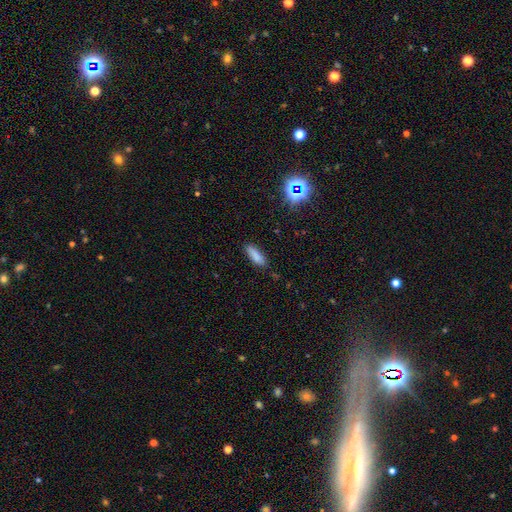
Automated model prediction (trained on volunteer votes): Smooth or featured: smooth — 83% (star or artifact — 10%)
How rounded: in between — 53% (cigar-shaped — 45%)
Merging: none — 83% (minor disturbance — 12%)